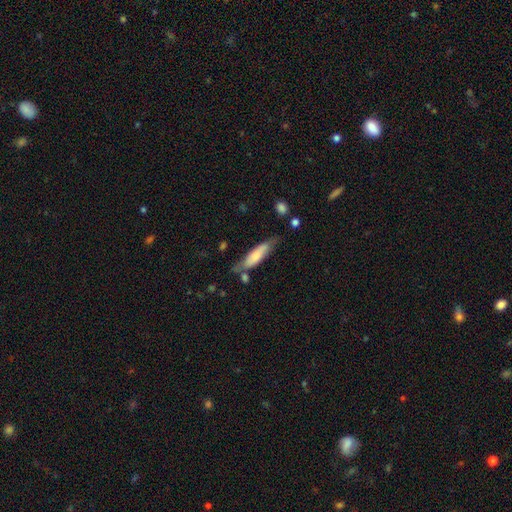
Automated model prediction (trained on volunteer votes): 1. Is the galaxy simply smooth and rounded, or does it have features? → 68% smooth, 27% featured or disk, 6% star or artifact.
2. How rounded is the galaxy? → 62% cigar-shaped, 36% in between, 2% round.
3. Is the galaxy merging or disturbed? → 58% none, 26% minor disturbance, 8% merger, 8% major disturbance.